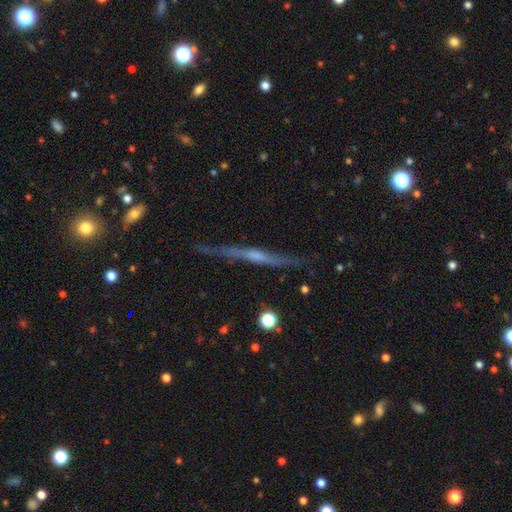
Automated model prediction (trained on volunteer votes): Smooth or featured? Predicted: featured or disk (p=0.75). Edge-on disk? Predicted: yes (p=0.97). Edge-on bulge? Predicted: rounded (p=0.51). Merging? Predicted: none (p=0.84).